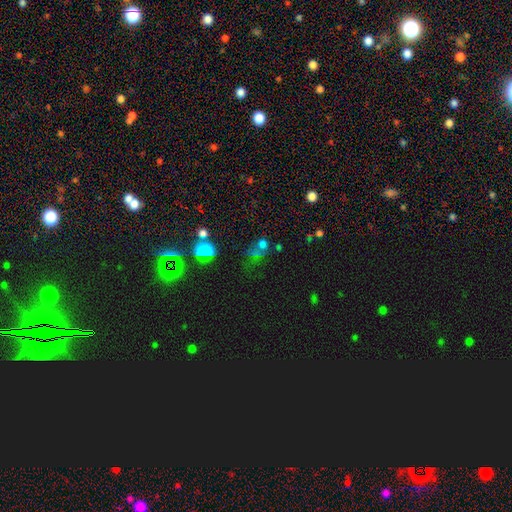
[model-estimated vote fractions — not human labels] Smooth or featured: star or artifact — 55% (smooth — 32%)